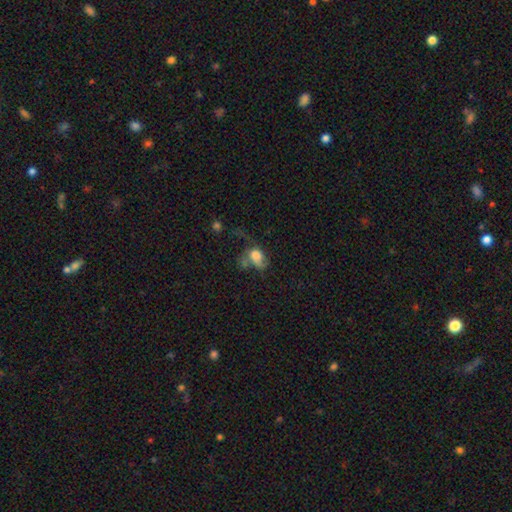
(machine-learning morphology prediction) Q: Smooth or featured?
A: smooth (60%); runner-up: featured or disk (28%)
Q: How rounded?
A: in between (72%); runner-up: round (26%)
Q: Merging?
A: major disturbance (43%); runner-up: merger (23%)